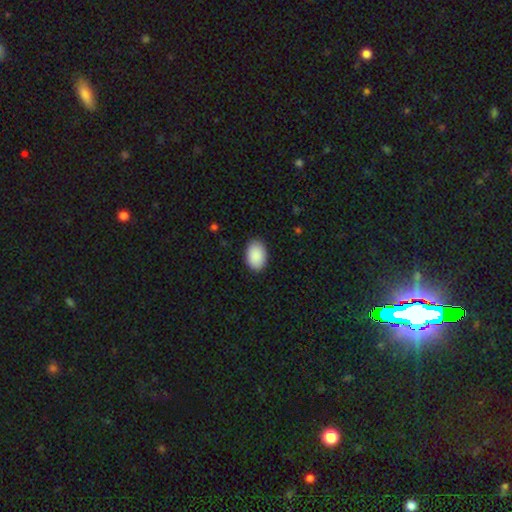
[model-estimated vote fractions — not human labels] Q: Smooth or featured?
A: smooth (91%); runner-up: star or artifact (6%)
Q: How rounded?
A: in between (87%); runner-up: round (12%)
Q: Merging?
A: none (88%); runner-up: minor disturbance (9%)